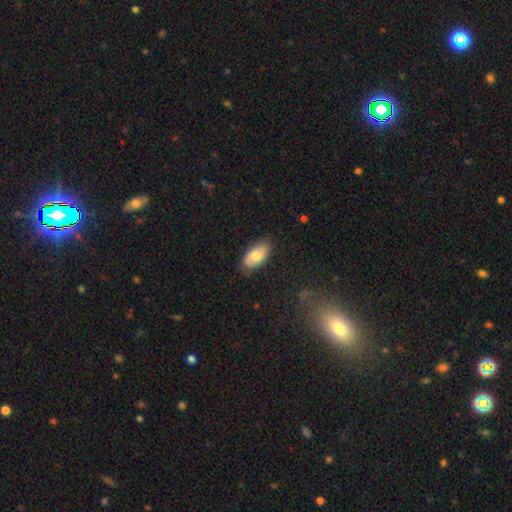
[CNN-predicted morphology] Smooth or featured?
  - smooth: 73% *
  - featured or disk: 20%
  - star or artifact: 6%
How rounded?
  - in between: 94% *
  - round: 3%
  - cigar-shaped: 3%
Merging?
  - none: 80% *
  - minor disturbance: 16%
  - major disturbance: 3%
  - merger: 1%